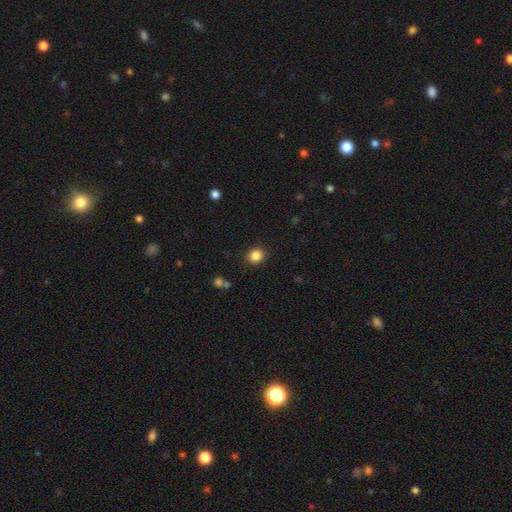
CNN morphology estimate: type=smooth (86%); roundness=round (80%); merging=none (89%).